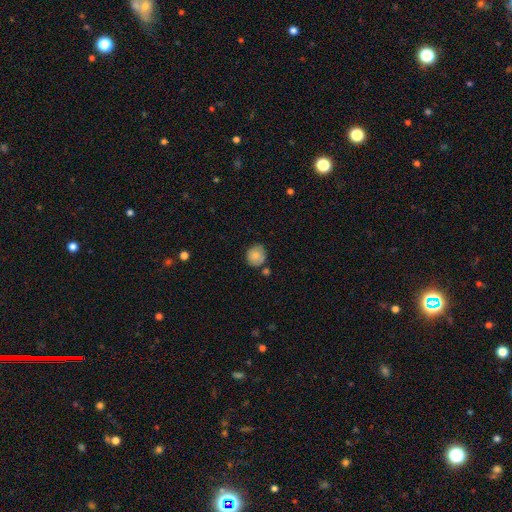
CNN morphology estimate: Smooth or featured?
  - smooth: 81% *
  - featured or disk: 11%
  - star or artifact: 8%
How rounded?
  - round: 88% *
  - in between: 11%
  - cigar-shaped: 1%
Merging?
  - none: 75% *
  - minor disturbance: 15%
  - merger: 7%
  - major disturbance: 3%